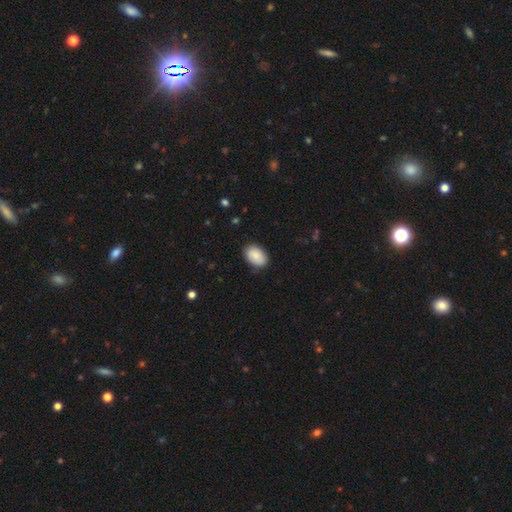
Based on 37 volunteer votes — This is clearly a smooth galaxy (92%). How rounded: clearly in between (91%). Merging: clearly none (89%).